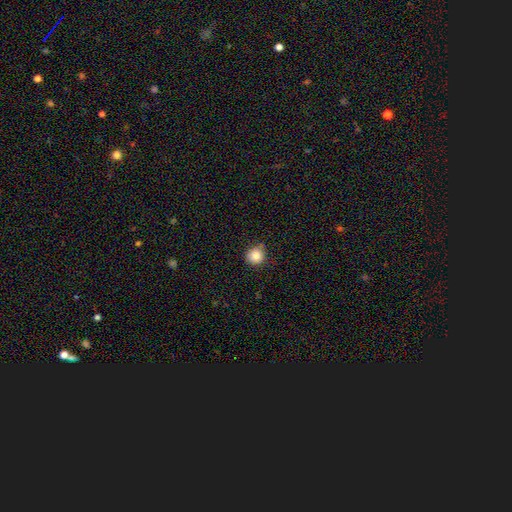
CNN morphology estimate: smooth 85%, star or artifact 10%, featured or disk 5%. Down the decision tree: how rounded — round (90%); merging — none (75%).